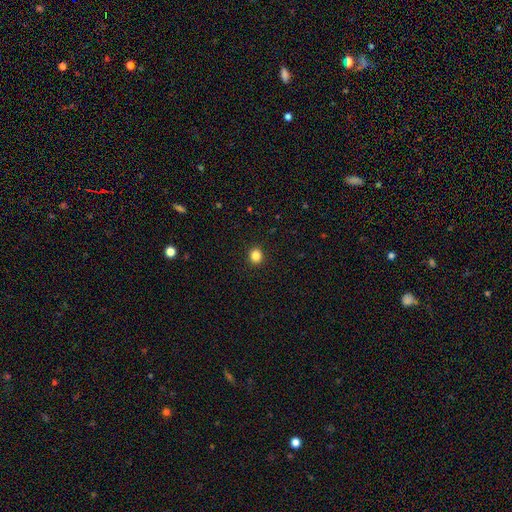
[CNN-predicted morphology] A smooth galaxy with no disk features (84%) that is round (81%). Merging: none (92%).